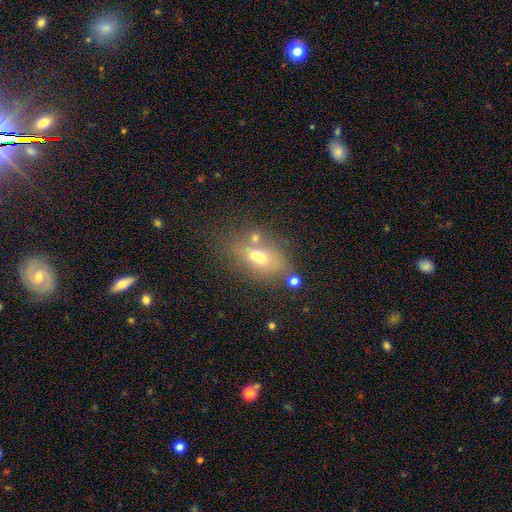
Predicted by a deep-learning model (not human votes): A smooth galaxy with no disk features (60%) that is in between round and cigar-shaped (77%). Merging: none (55%).